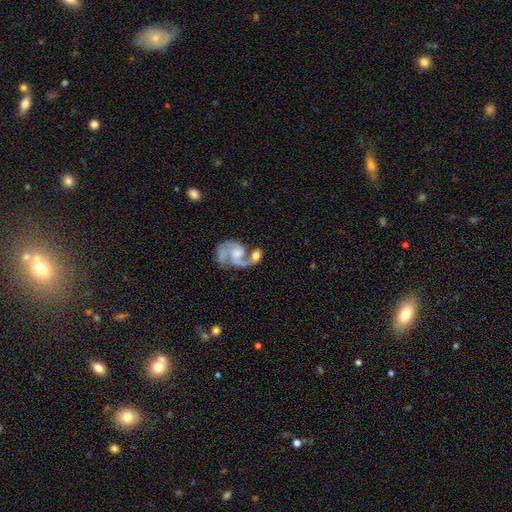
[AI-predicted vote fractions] The model was most divided on "bulge size" (2-way tie): small: 29%, moderate: 29%, none: 28%, large: 11%, dominant: 2%. Remaining: edge-on disk — no (98%); spiral arms — yes (90%); smooth or featured — featured or disk (77%); spiral arm count — 2 (71%); bar — no (61%); spiral winding — medium (45%); merging — merger (41%).